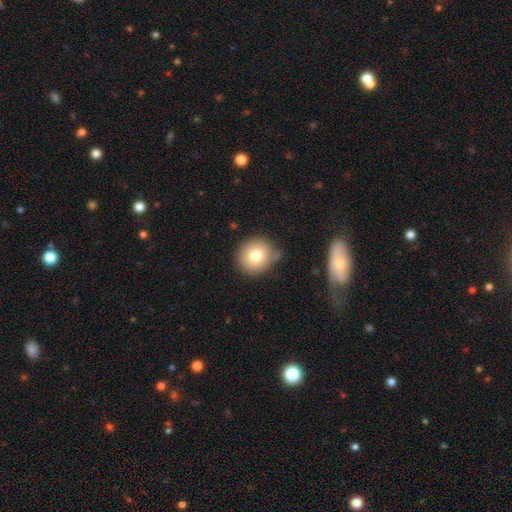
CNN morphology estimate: Q: Smooth or featured?
A: smooth (78%); runner-up: featured or disk (12%)
Q: How rounded?
A: round (87%); runner-up: in between (12%)
Q: Merging?
A: none (73%); runner-up: minor disturbance (18%)